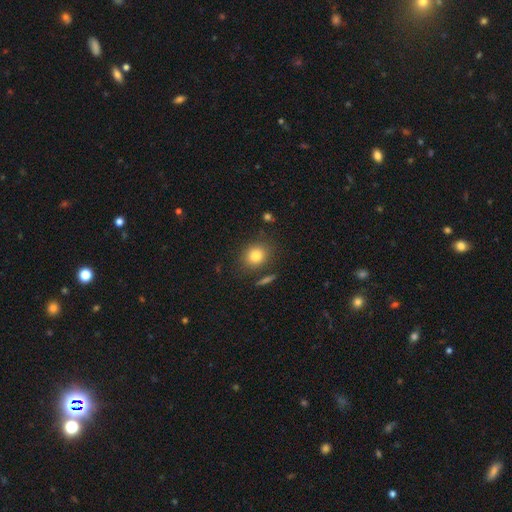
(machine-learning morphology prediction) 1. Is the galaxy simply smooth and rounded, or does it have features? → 81% smooth, 11% star or artifact, 8% featured or disk.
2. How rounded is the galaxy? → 63% round, 35% in between, 1% cigar-shaped.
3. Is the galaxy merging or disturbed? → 81% none, 11% minor disturbance, 4% merger, 4% major disturbance.